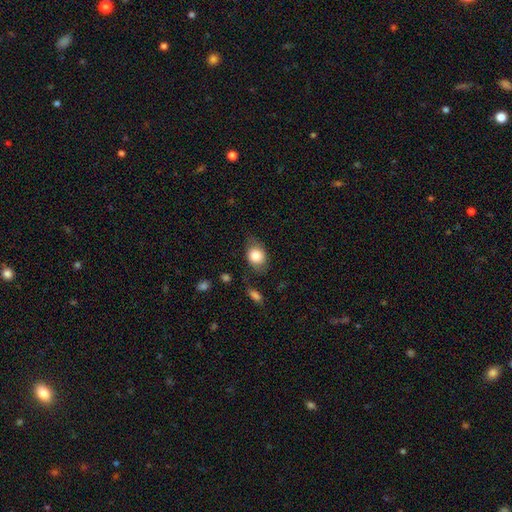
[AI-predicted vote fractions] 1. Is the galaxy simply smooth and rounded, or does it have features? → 78% smooth, 15% featured or disk, 8% star or artifact.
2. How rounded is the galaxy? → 61% in between, 37% round, 2% cigar-shaped.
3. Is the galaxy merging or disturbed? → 62% none, 26% minor disturbance, 9% major disturbance, 3% merger.